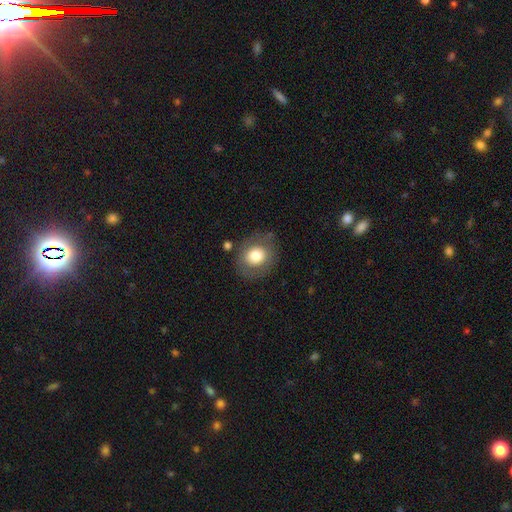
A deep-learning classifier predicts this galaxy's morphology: Smooth or featured: smooth — 74% (featured or disk — 18%)
How rounded: round — 72% (in between — 27%)
Merging: none — 80% (minor disturbance — 12%)